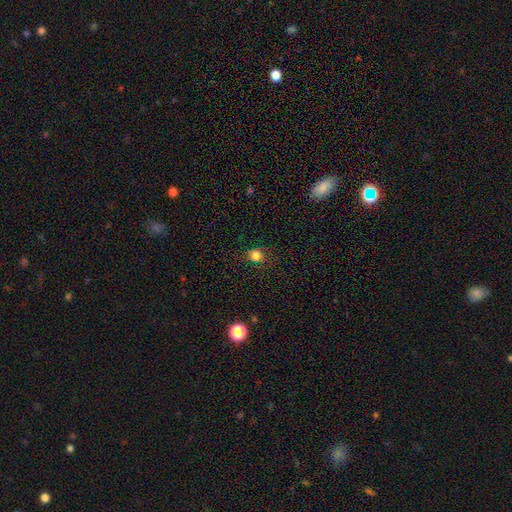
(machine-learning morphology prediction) Smooth or featured: smooth — 81% (star or artifact — 14%)
How rounded: round — 82% (in between — 17%)
Merging: none — 85% (minor disturbance — 11%)